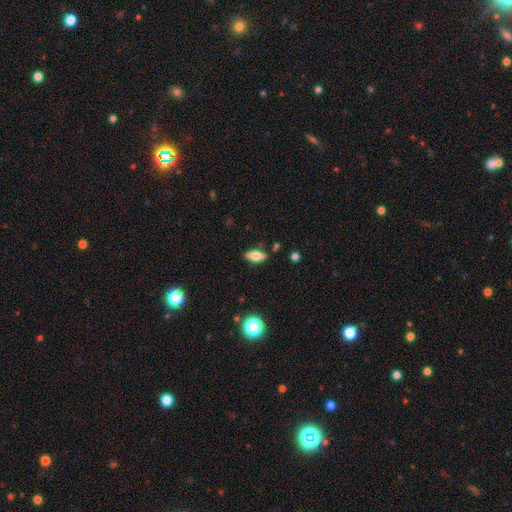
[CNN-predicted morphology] This appears to be a smooth galaxy with no disk features (61%) that is in between round and cigar-shaped (76%). Merging: none (82%).